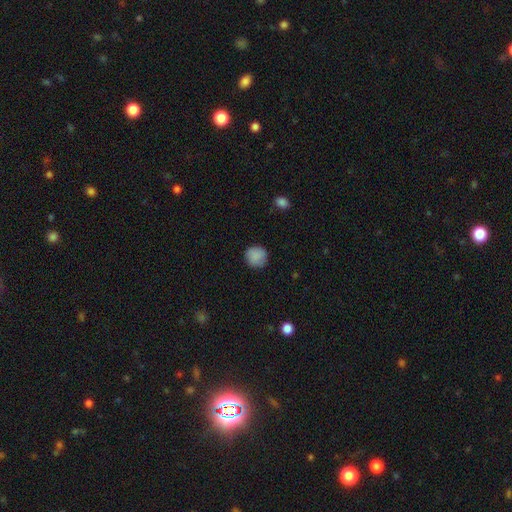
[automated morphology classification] smooth_or_featured: smooth (p=0.87) [alt: star or artifact p=0.08]
how_rounded: round (p=0.92) [alt: in between p=0.07]
merging: none (p=0.87) [alt: minor disturbance p=0.10]